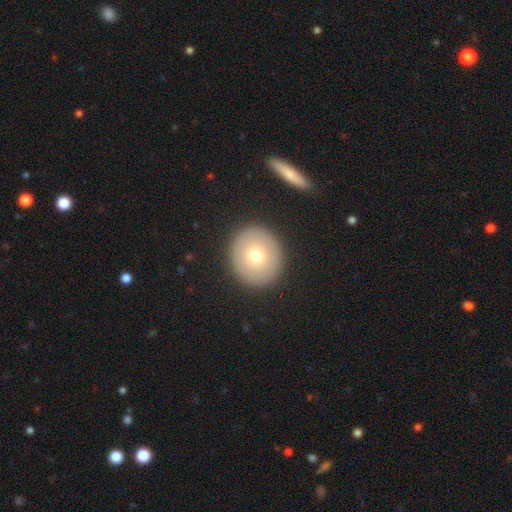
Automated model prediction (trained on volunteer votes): Smooth or featured: smooth — 69% (featured or disk — 23%)
How rounded: round — 87% (in between — 12%)
Merging: none — 90% (minor disturbance — 6%)